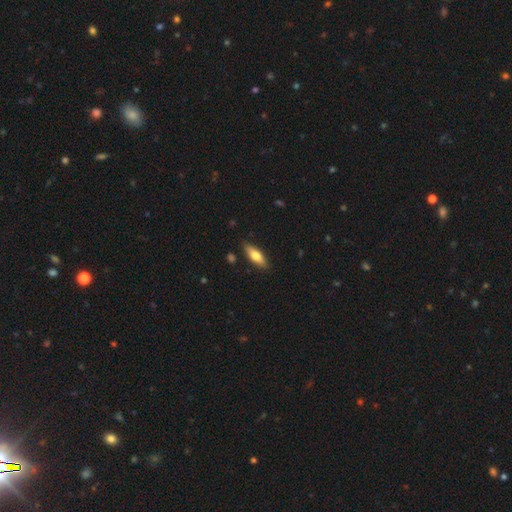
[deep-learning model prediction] smooth 68%, featured or disk 26%, star or artifact 6%. Down the decision tree: how rounded — in between (62%); merging — none (86%).